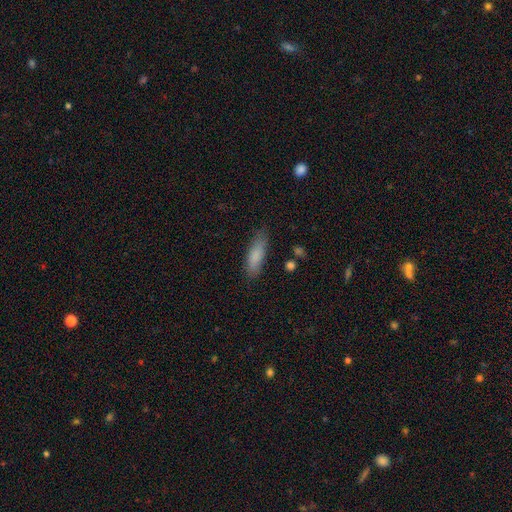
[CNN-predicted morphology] The model was most divided on "how rounded": cigar-shaped: 50%, in between: 48%, round: 2%. More confident: smooth or featured — smooth (84%); merging — none (80%).